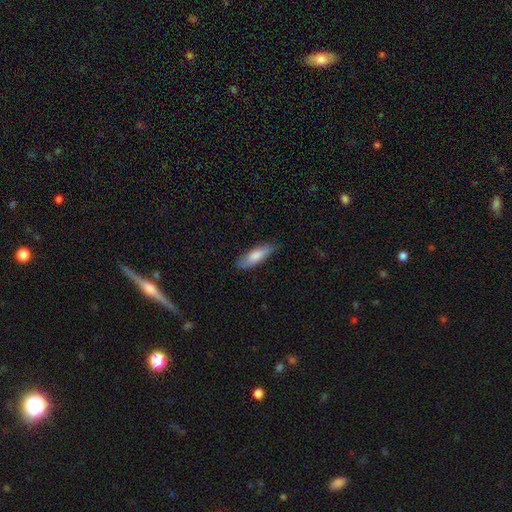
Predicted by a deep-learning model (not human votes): Smooth or featured: smooth — 78% (featured or disk — 16%)
How rounded: cigar-shaped — 55% (in between — 43%)
Merging: none — 83% (minor disturbance — 13%)